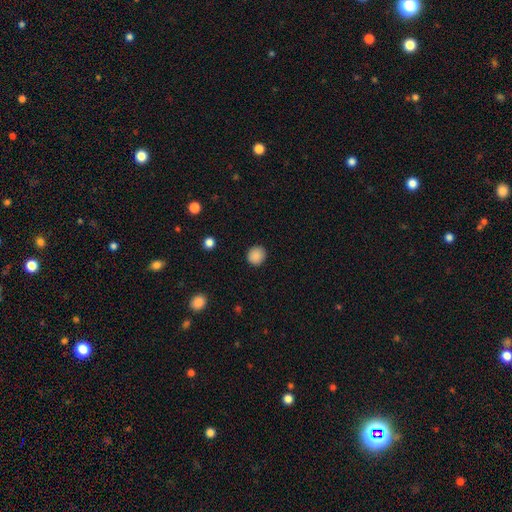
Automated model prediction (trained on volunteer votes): Q: Smooth or featured?
A: smooth (88%); runner-up: star or artifact (9%)
Q: How rounded?
A: round (88%); runner-up: in between (11%)
Q: Merging?
A: none (91%); runner-up: minor disturbance (6%)